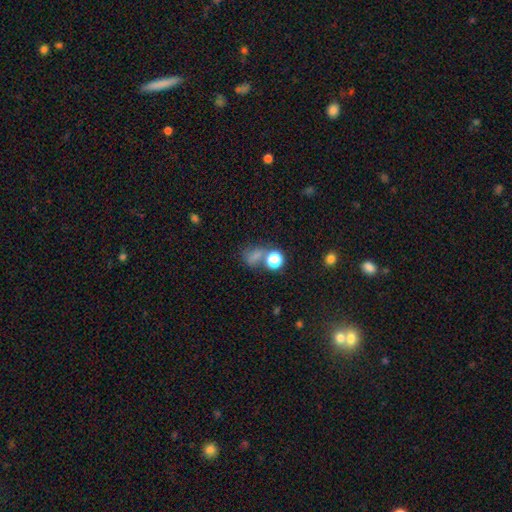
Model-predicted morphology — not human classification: A smooth galaxy with no disk features (63%) that is round (52%). Merging: none (45%).